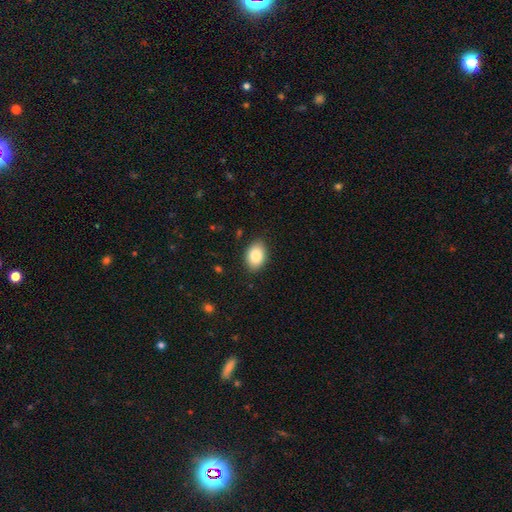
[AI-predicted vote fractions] This is clearly a smooth galaxy (85%). How rounded: clearly in between (84%). Merging: clearly none (87%).